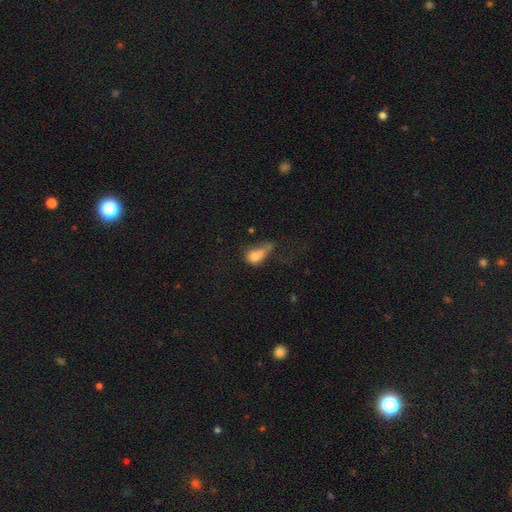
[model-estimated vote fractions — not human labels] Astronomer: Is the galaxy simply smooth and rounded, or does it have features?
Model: smooth — 70%.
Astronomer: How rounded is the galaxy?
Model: in between — 69%.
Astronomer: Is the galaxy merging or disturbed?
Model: major disturbance — 38% (runner-up: merger, 23%).